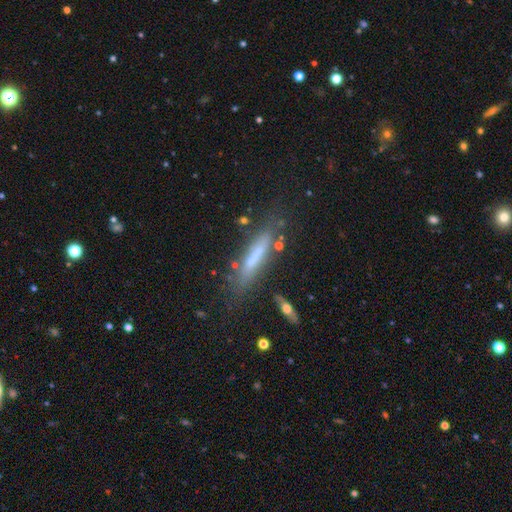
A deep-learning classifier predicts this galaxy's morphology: smooth-or-featured: smooth: 51% | featured or disk: 38% | star or artifact: 11%
  how-rounded: cigar-shaped: 86% | in between: 12% | round: 2%
  merging: none: 76% | minor disturbance: 15% | major disturbance: 5% | merger: 4%